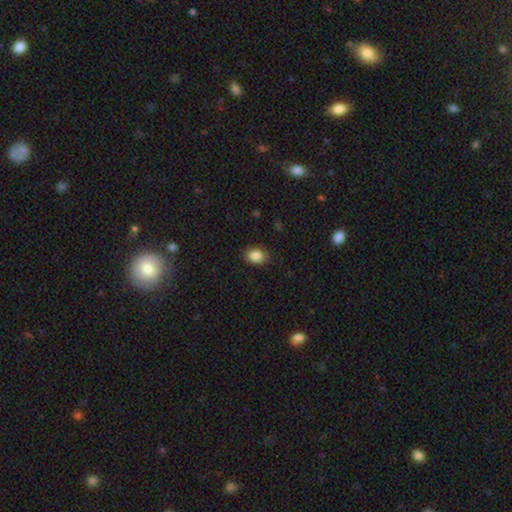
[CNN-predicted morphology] smooth_or_featured: smooth (p=0.85) [alt: star or artifact p=0.09]
how_rounded: in between (p=0.64) [alt: round p=0.35]
merging: none (p=0.87) [alt: minor disturbance p=0.10]